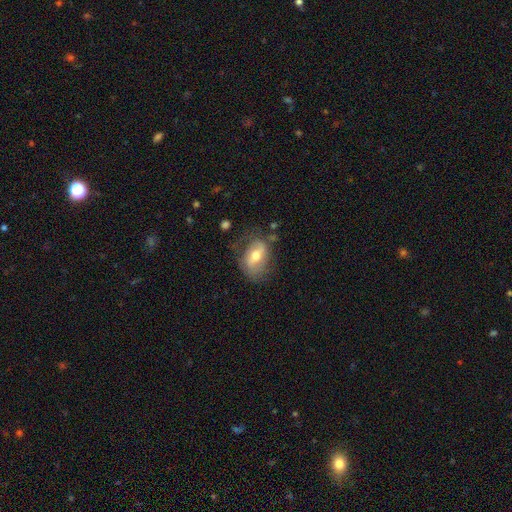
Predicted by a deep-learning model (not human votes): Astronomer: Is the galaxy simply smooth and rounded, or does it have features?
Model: featured or disk — 48% (runner-up: smooth, 45%).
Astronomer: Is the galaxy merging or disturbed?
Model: none — 59%.